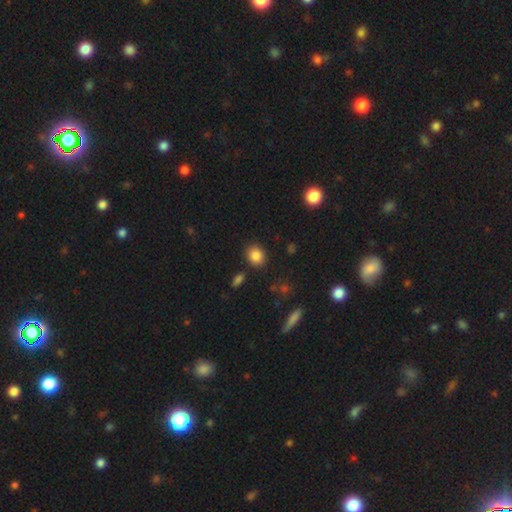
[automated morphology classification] Smooth or featured? smooth (85%)
How rounded? round (63%)
Merging? none (85%)